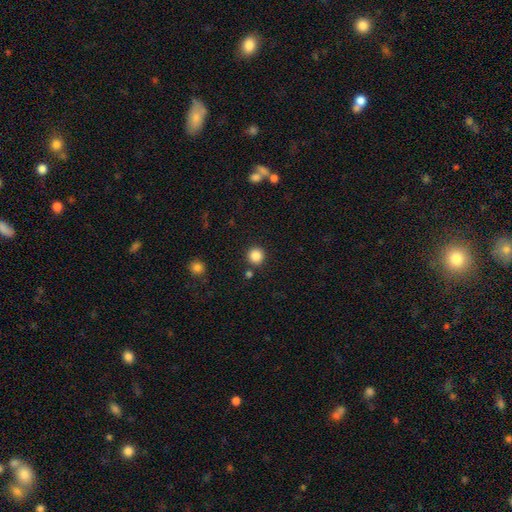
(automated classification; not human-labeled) Smooth or featured: smooth — 86% (star or artifact — 10%)
How rounded: round — 94% (in between — 5%)
Merging: none — 88% (minor disturbance — 6%)